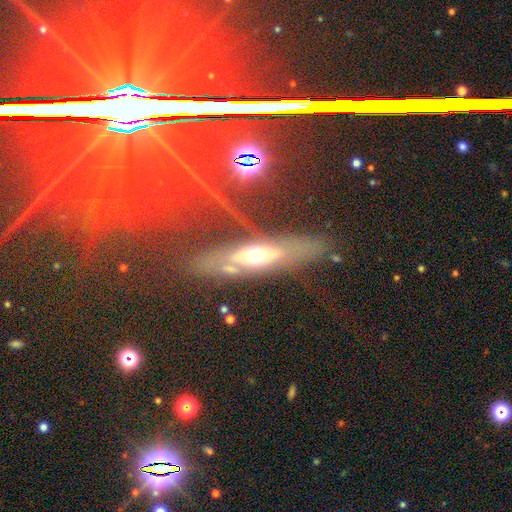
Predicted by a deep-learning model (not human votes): A featured or disk galaxy (59%) viewed edge-on (51%).

Vote fractions:
- Smooth or featured? featured or disk: 59% / smooth: 30% / star or artifact: 11%
- Edge-on disk? yes: 51% / no: 49%
- Merging? none: 40% / major disturbance: 30% / minor disturbance: 15% / merger: 14%